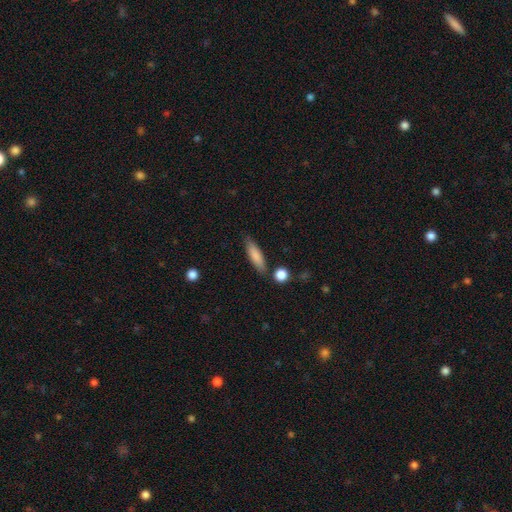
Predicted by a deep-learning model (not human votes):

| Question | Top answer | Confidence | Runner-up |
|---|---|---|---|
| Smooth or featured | smooth | 82% | featured or disk (12%) |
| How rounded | cigar-shaped | 63% | in between (34%) |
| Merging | none | 81% | minor disturbance (12%) |